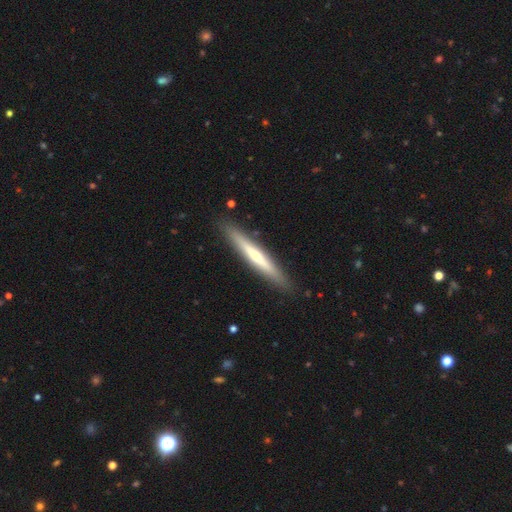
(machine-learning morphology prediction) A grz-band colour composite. It shows a featured or disk galaxy (55%) viewed edge-on (95%) with a rounded central bulge (61%). Merging: none (90%).